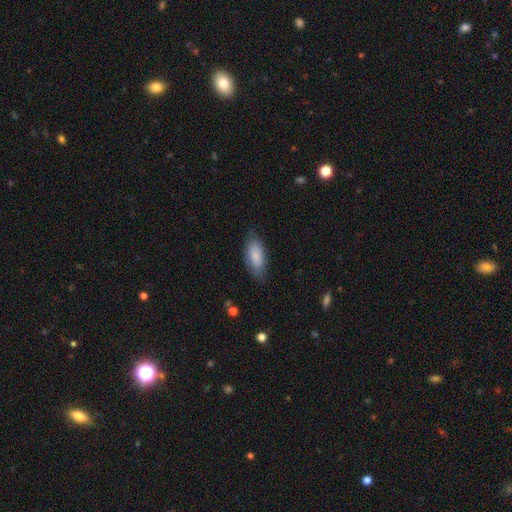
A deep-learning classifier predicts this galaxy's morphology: Smooth or featured?
  - smooth: 83% *
  - featured or disk: 11%
  - star or artifact: 6%
How rounded?
  - in between: 84% *
  - cigar-shaped: 14%
  - round: 2%
Merging?
  - none: 76% *
  - minor disturbance: 19%
  - major disturbance: 4%
  - merger: 1%